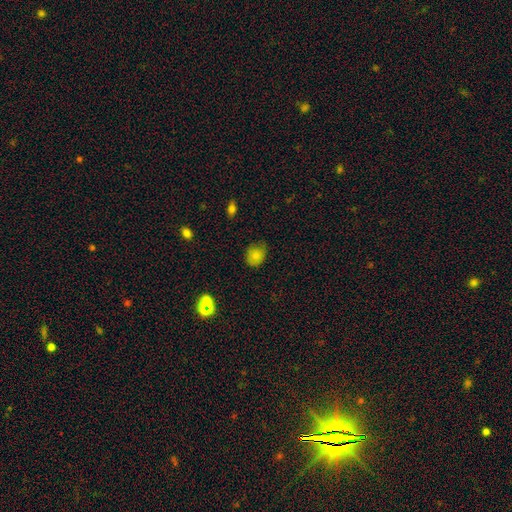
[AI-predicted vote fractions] Smooth or featured: smooth — 80% (star or artifact — 12%)
How rounded: round — 54% (in between — 45%)
Merging: none — 71% (minor disturbance — 23%)